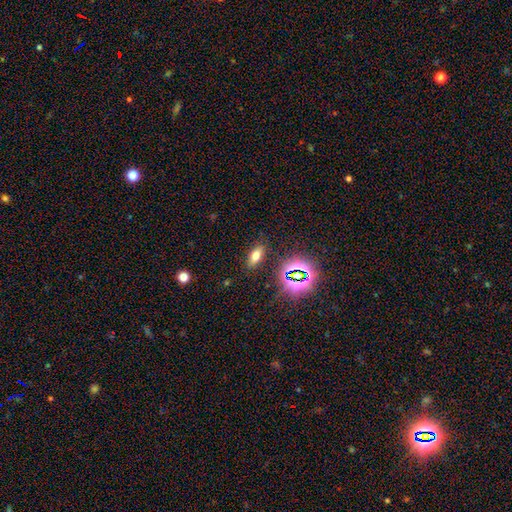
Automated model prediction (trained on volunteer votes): smooth 62%, star or artifact 24%, featured or disk 14%. Down the decision tree: how rounded — in between (77%); merging — none (87%).